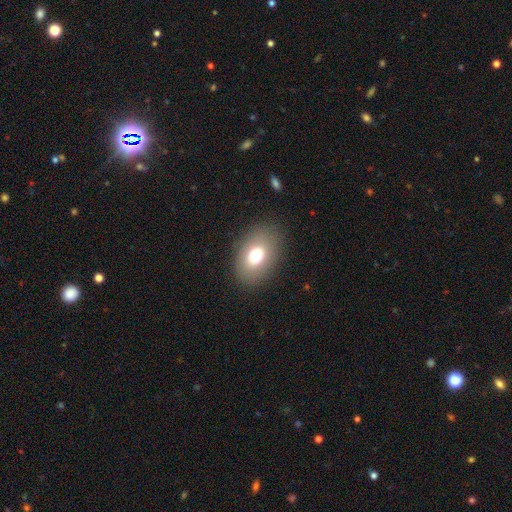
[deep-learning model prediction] Smooth or featured? smooth (73%)
How rounded? in between (81%)
Merging? none (85%)